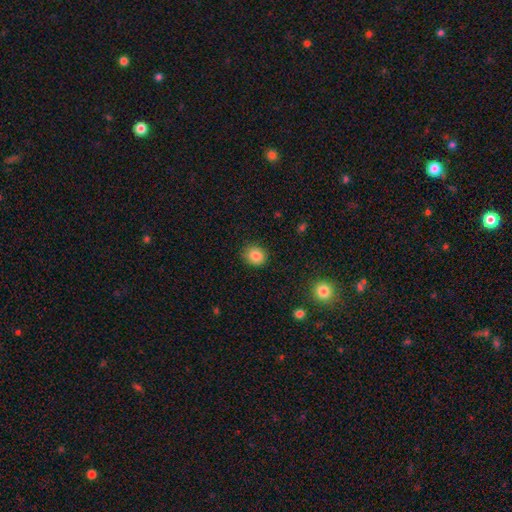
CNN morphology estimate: smooth-or-featured: smooth: 85% | star or artifact: 10% | featured or disk: 6%
  how-rounded: round: 80% | in between: 19% | cigar-shaped: 1%
  merging: none: 89% | minor disturbance: 8% | major disturbance: 2% | merger: 1%